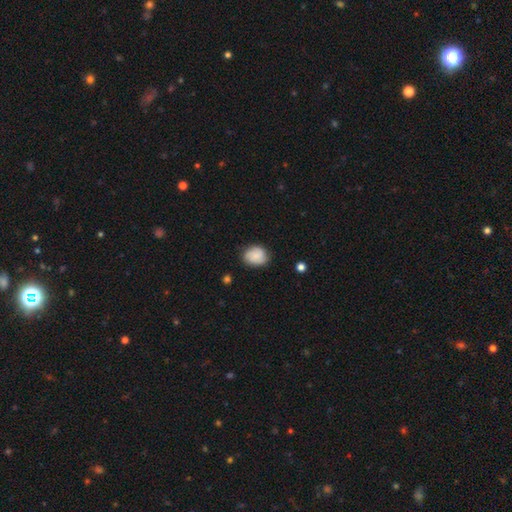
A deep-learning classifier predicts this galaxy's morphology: A smooth galaxy with no disk features (78%) that is round (51%).

Vote fractions:
- Smooth or featured? smooth: 78% / featured or disk: 14% / star or artifact: 8%
- How rounded? round: 51% / in between: 48% / cigar-shaped: 1%
- Merging? none: 75% / minor disturbance: 19% / major disturbance: 4% / merger: 2%